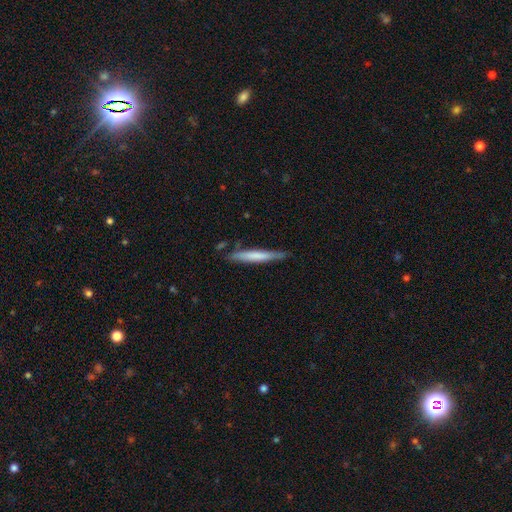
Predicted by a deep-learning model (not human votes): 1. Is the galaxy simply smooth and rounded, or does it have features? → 62% smooth, 33% featured or disk, 5% star or artifact.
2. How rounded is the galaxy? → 95% cigar-shaped, 4% in between, 1% round.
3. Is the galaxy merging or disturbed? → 79% none, 15% minor disturbance, 3% merger, 3% major disturbance.